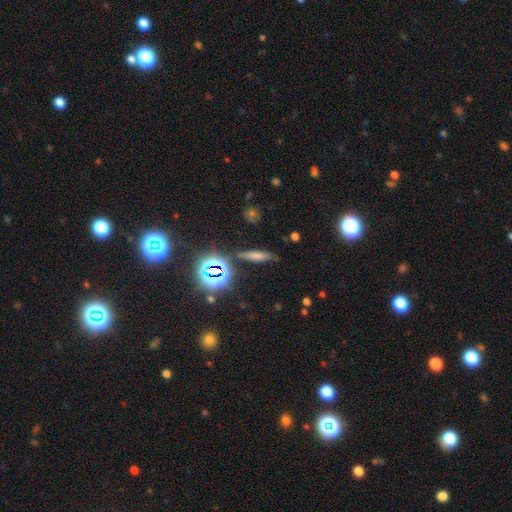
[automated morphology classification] This appears to be a smooth galaxy with no disk features (62%) that is cigar-shaped (76%). Merging: none (79%).